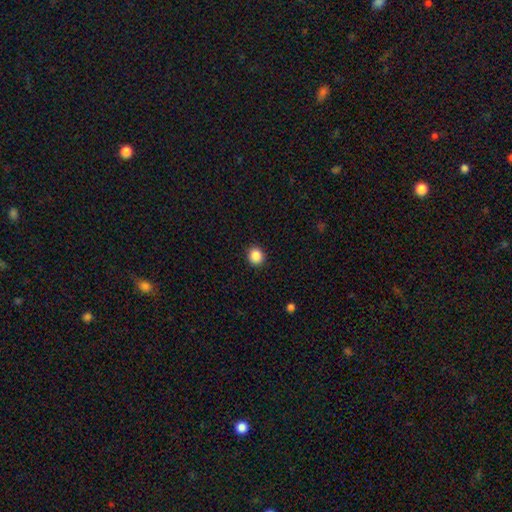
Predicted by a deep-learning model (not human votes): Smooth or featured? Predicted: smooth (p=0.87). How rounded? Predicted: round (p=0.84). Merging? Predicted: none (p=0.92).